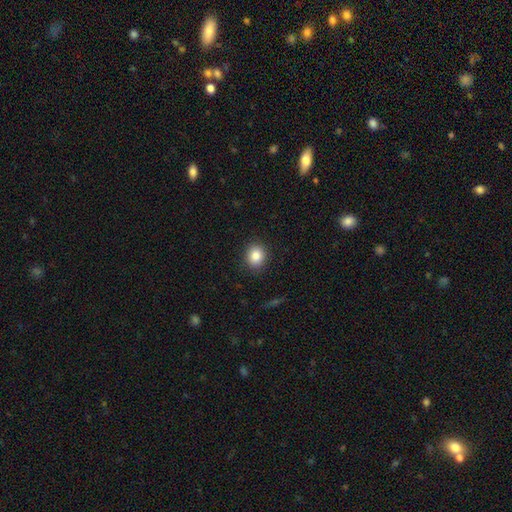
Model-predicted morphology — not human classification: Smooth or featured? smooth (85%)
How rounded? round (68%)
Merging? none (90%)